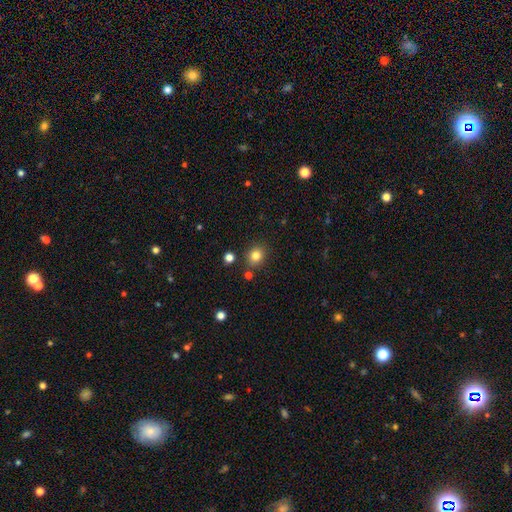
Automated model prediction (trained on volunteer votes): This is clearly a smooth galaxy (82%). How rounded: likely round (72%). Merging: clearly none (82%).